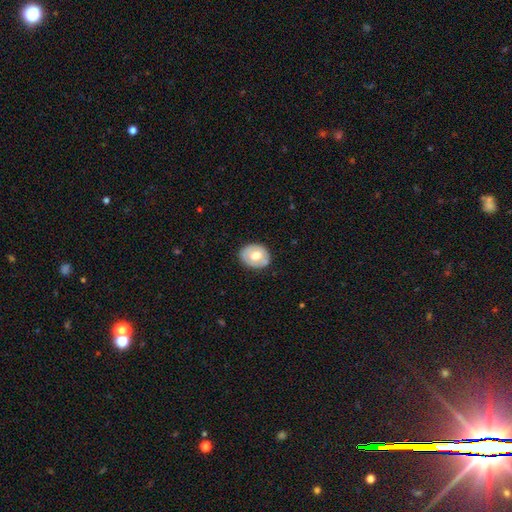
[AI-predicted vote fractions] Morphology: type=smooth (58%); roundness=round (53%); merging=none (82%).